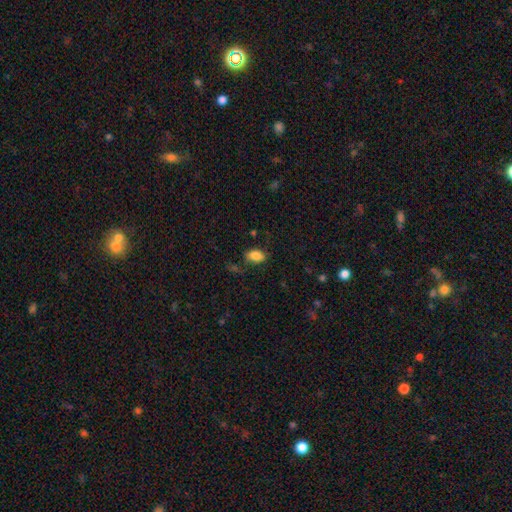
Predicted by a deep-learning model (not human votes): Smooth or featured? smooth (84%)
How rounded? in between (89%)
Merging? none (73%)